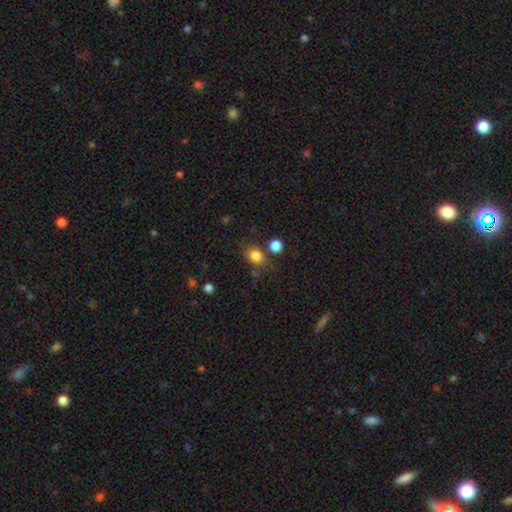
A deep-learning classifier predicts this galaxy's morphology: Smooth or featured? Predicted: smooth (p=0.83). How rounded? Predicted: round (p=0.53). Merging? Predicted: none (p=0.69).